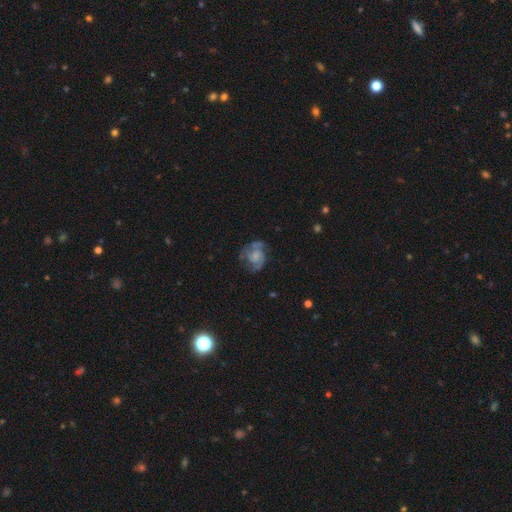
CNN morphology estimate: A featured or disk galaxy (69%) with no bar (68%), 2 (61%) medium (47%) spiral arms (85%) and a small central bulge (44%).

Vote fractions:
- Smooth or featured? featured or disk: 69% / smooth: 22% / star or artifact: 8%
- Edge-on disk? no: 98% / yes: 2%
- Bar? no: 68% / weak: 27% / strong: 5%
- Spiral arms? yes: 85% / no: 15%
- Spiral winding? medium: 47% / tight: 32% / loose: 20%
- Spiral arm count? 2: 61% / can't tell: 17% / 3: 12% / 1: 5% / 4: 3% / more than 4: 2%
- Bulge size? small: 44% / moderate: 25% / none: 24% / large: 5% / dominant: 2%
- Merging? none: 55% / minor disturbance: 23% / major disturbance: 19% / merger: 3%